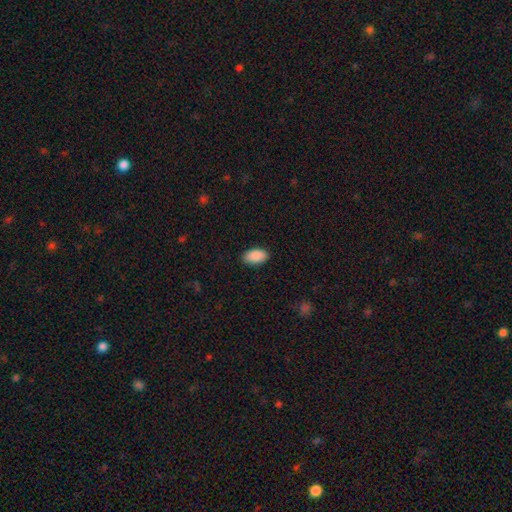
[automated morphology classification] The model was most divided on "merging": none: 89%, minor disturbance: 8%, major disturbance: 2%, merger: 1%. More confident: how rounded — in between (95%); smooth or featured — smooth (91%).